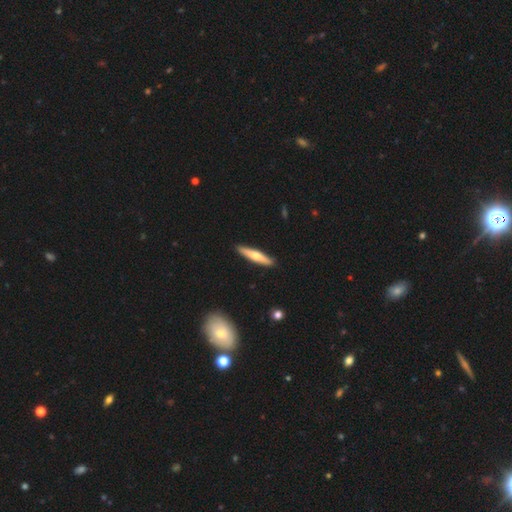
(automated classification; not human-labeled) Morphology: type=smooth (53%); roundness=cigar-shaped (88%); merging=none (91%).